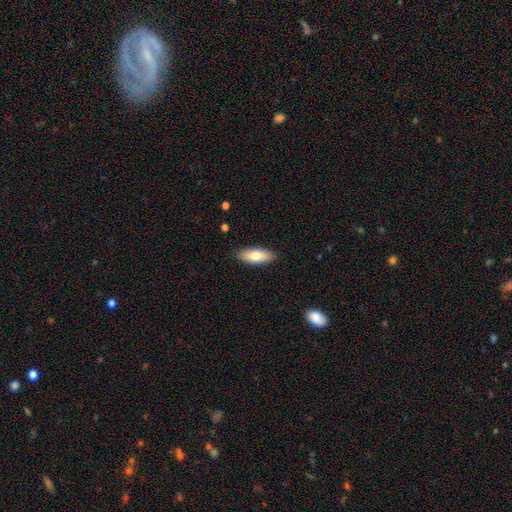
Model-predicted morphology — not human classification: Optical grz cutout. It shows a smooth galaxy with no disk features (75%) that is in between round and cigar-shaped (76%). Merging: none (88%).